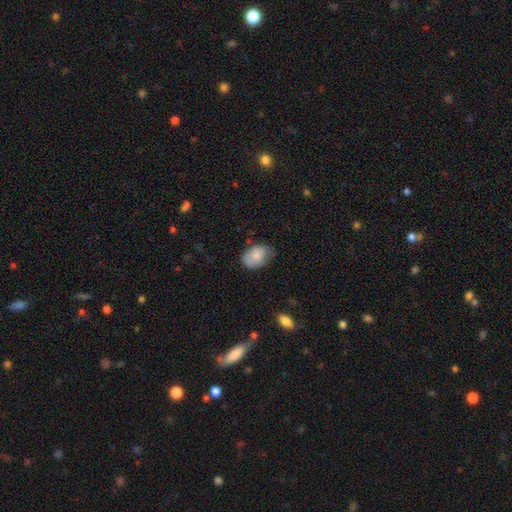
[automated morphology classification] smooth 82%, featured or disk 11%, star or artifact 7%. Down the decision tree: how rounded — in between (85%); merging — none (62%).